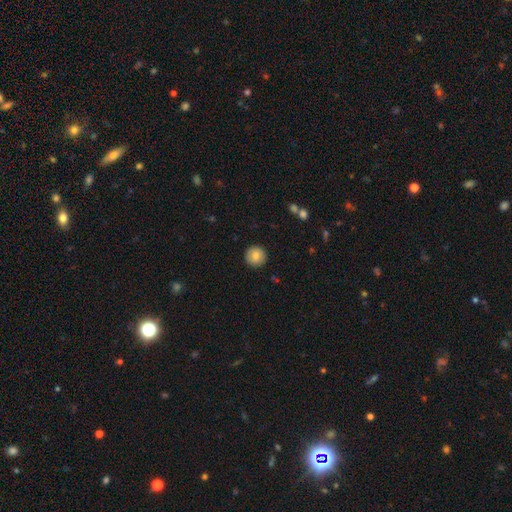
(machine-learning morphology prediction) smooth-or-featured: smooth: 81% | featured or disk: 11% | star or artifact: 8%
  how-rounded: round: 95% | in between: 4% | cigar-shaped: 1%
  merging: none: 92% | minor disturbance: 6% | major disturbance: 2% | merger: 1%